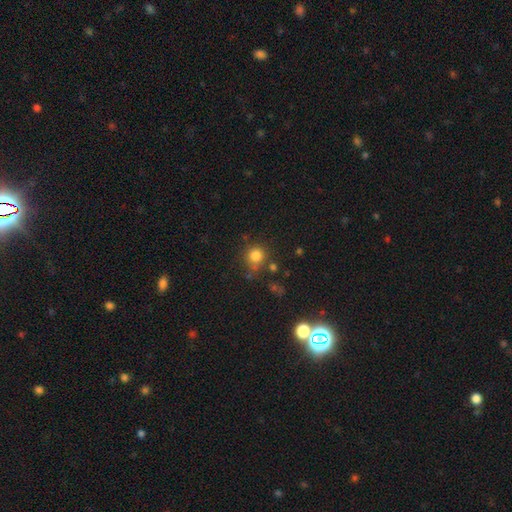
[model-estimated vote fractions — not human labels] This is clearly a smooth galaxy (81%). How rounded: clearly round (90%). Merging: likely none (72%).